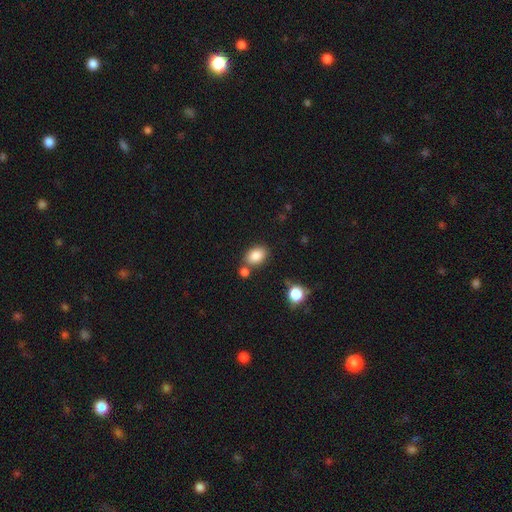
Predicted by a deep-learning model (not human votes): The model was most divided on "merging": none: 70%, merger: 14%, minor disturbance: 12%, major disturbance: 4%. More confident: smooth or featured — smooth (86%); how rounded — in between (81%).